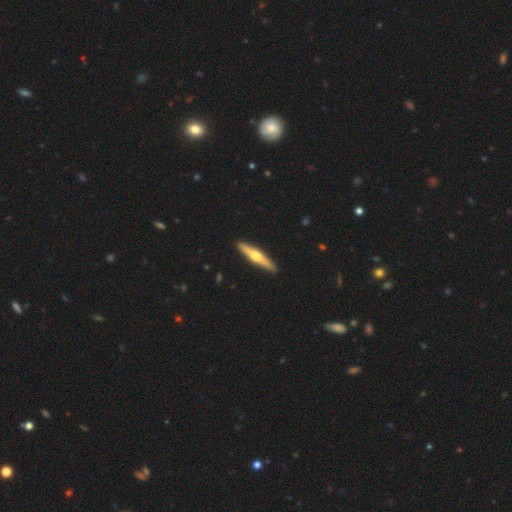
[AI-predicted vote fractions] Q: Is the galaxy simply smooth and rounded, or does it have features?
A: featured or disk — 57%.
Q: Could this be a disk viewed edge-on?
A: yes — 96%.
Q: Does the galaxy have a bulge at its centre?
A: rounded — 91%.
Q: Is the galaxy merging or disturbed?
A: none — 92%.